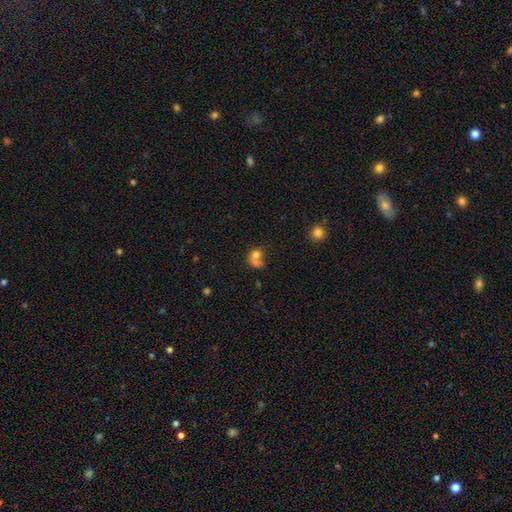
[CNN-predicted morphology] smooth_or_featured: smooth (p=0.72) [alt: featured or disk p=0.16]
how_rounded: round (p=0.62) [alt: in between p=0.37]
merging: merger (p=0.58) [alt: none p=0.24]